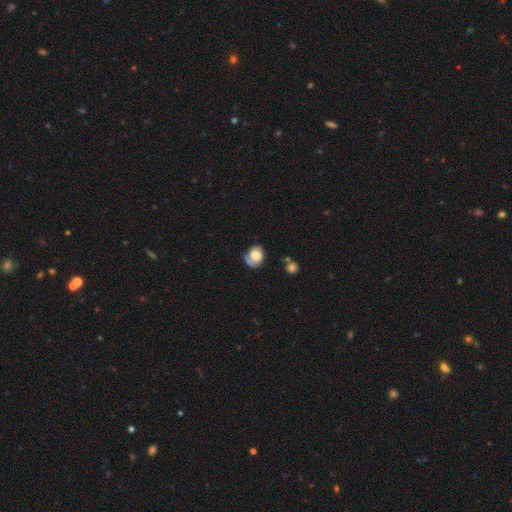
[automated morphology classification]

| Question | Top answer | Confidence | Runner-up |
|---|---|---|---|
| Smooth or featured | smooth | 62% | featured or disk (29%) |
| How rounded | round | 59% | in between (40%) |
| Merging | none | 53% | minor disturbance (28%) |